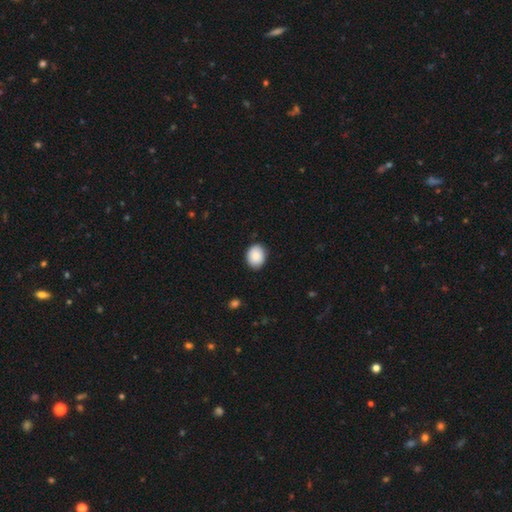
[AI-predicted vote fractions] A smooth galaxy with no disk features (89%) that is in between round and cigar-shaped (50%). Merging: none (87%).